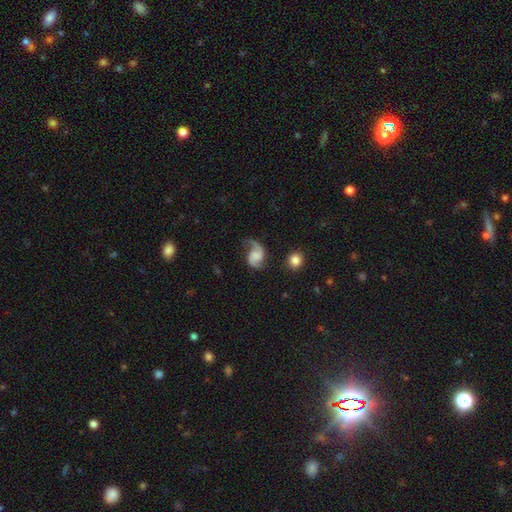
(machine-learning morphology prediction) This is clearly a featured or disk galaxy (86%). It is clearly not viewed edge-on (98%). Bar: possibly no (53%). Spiral arm pattern: clearly yes (97%). Spiral arm count: clearly 2 (92%). Spiral winding: possibly loose (53%). Central bulge: possibly none (52%). Merging: likely none (69%).